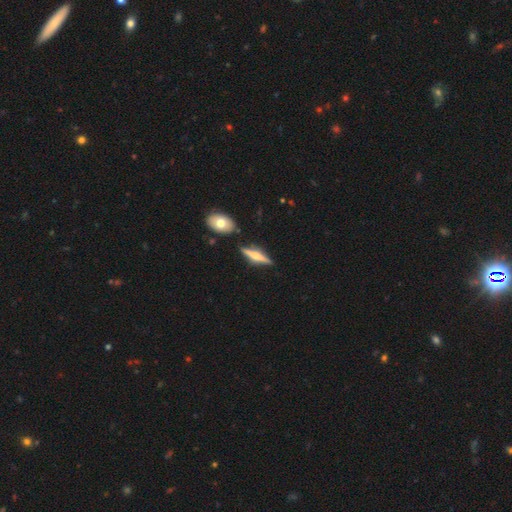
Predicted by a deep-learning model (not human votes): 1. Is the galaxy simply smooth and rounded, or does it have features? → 66% featured or disk, 27% smooth, 6% star or artifact.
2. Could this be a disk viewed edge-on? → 96% yes, 4% no.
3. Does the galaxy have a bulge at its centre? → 82% rounded, 12% boxy, 6% none.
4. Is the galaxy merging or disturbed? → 83% none, 10% minor disturbance, 4% merger, 2% major disturbance.